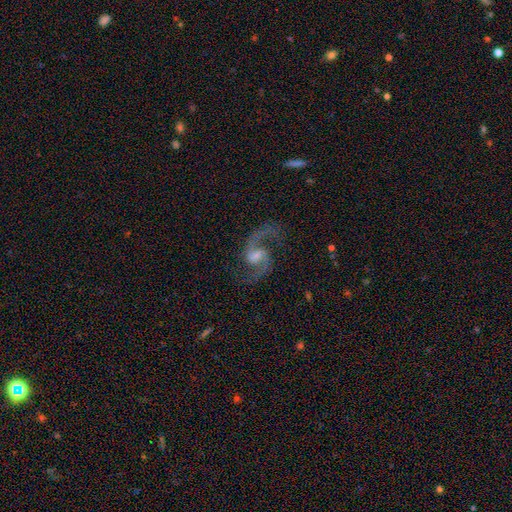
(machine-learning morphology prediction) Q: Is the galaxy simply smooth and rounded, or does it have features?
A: featured or disk — 92%.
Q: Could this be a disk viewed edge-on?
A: no — 98%.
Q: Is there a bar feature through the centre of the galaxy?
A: weak — 52%.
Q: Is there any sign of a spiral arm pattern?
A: yes — 98%.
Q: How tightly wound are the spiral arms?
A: loose — 47%, tied with medium.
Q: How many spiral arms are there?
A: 2 — 94%.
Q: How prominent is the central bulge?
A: moderate — 41%.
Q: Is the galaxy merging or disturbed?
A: none — 79%.